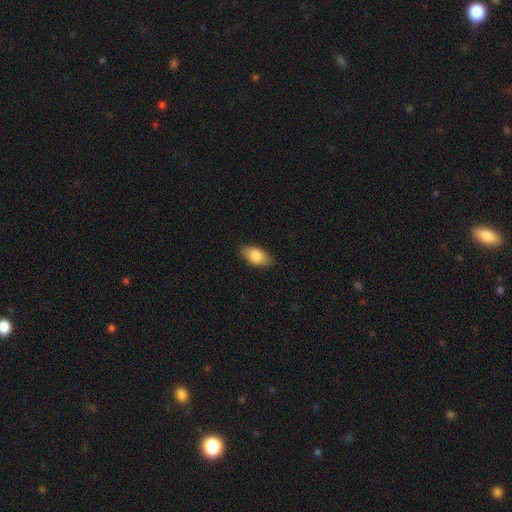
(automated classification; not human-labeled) A smooth galaxy with no disk features (84%) that is in between round and cigar-shaped (92%). Merging: none (85%).